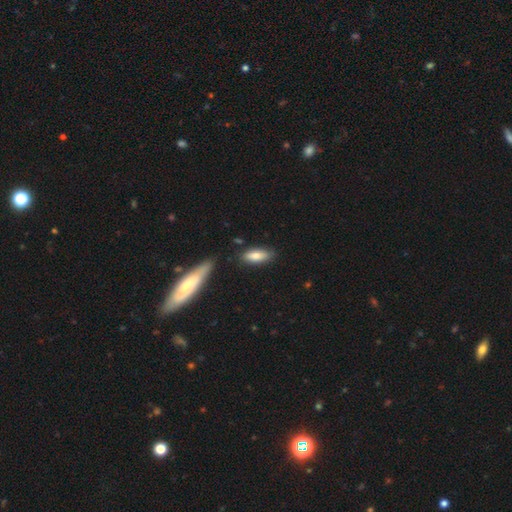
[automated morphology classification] Smooth or featured? Predicted: smooth (p=0.79). How rounded? Predicted: in between (p=0.71). Merging? Predicted: none (p=0.79).